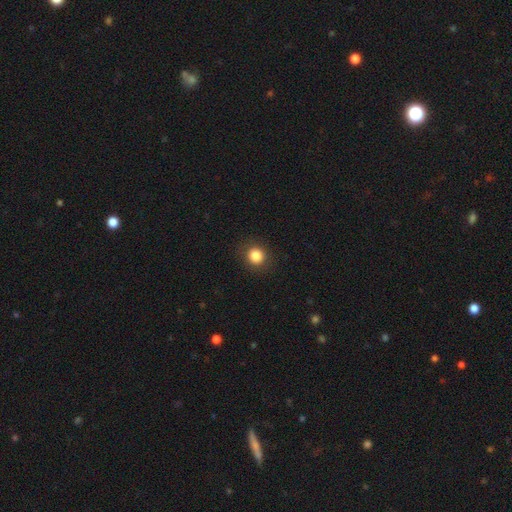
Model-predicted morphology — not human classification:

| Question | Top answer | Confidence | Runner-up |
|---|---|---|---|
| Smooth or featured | smooth | 84% | star or artifact (11%) |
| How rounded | round | 87% | in between (12%) |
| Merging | none | 89% | minor disturbance (7%) |